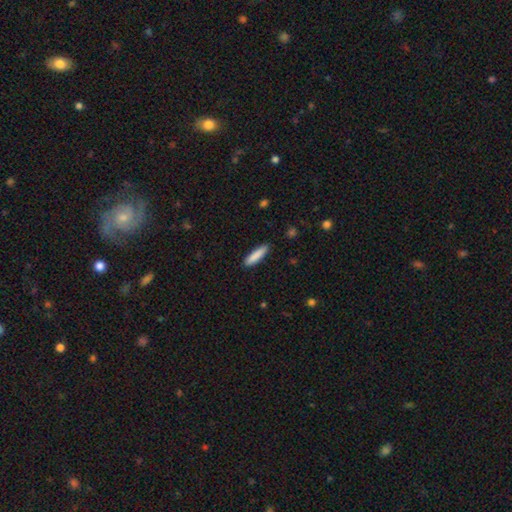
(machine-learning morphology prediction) A smooth galaxy with no disk features (87%) that is cigar-shaped (78%).

Vote fractions:
- Smooth or featured? smooth: 87% / featured or disk: 7% / star or artifact: 6%
- How rounded? cigar-shaped: 78% / in between: 21% / round: 1%
- Merging? none: 89% / minor disturbance: 9% / major disturbance: 2% / merger: 1%